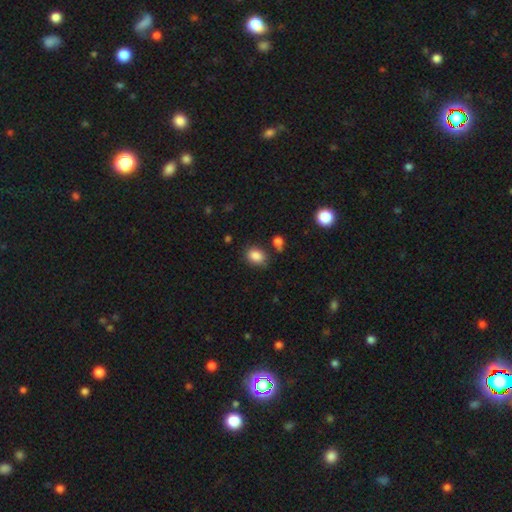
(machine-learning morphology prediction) smooth_or_featured: smooth (p=0.86) [alt: star or artifact p=0.10]
how_rounded: in between (p=0.70) [alt: round p=0.29]
merging: none (p=0.76) [alt: minor disturbance p=0.15]